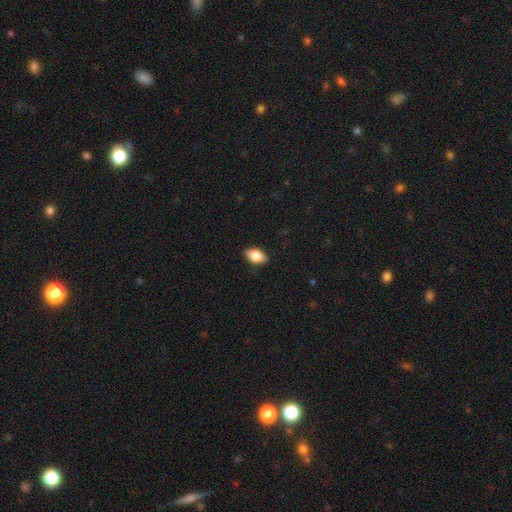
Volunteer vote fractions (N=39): Volunteers were most divided on "smooth or featured": smooth: 85%, featured or disk: 8%, star or artifact: 8%. More confident: how rounded — in between (91%); merging — none (89%).